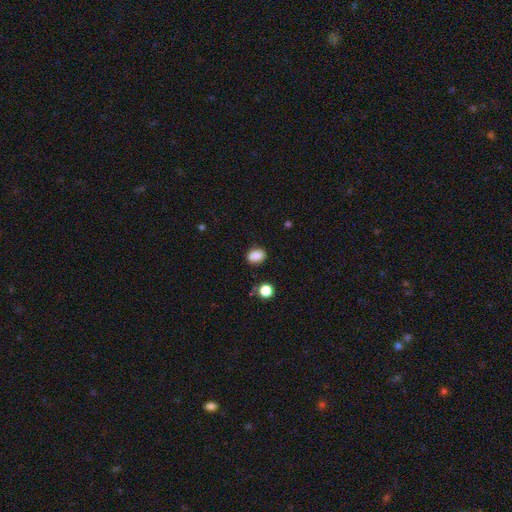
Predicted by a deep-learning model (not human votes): Q: Smooth or featured?
A: smooth (86%); runner-up: star or artifact (10%)
Q: How rounded?
A: in between (64%); runner-up: round (34%)
Q: Merging?
A: none (86%); runner-up: minor disturbance (10%)